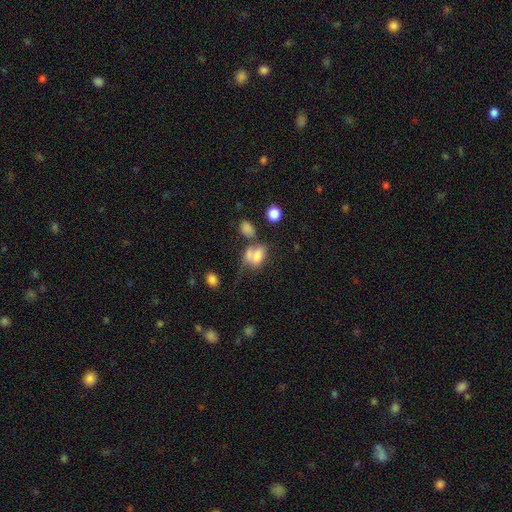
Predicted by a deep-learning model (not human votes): This is likely a smooth galaxy (69%). How rounded: likely in between (77%). Merging: marginally merger (42%).